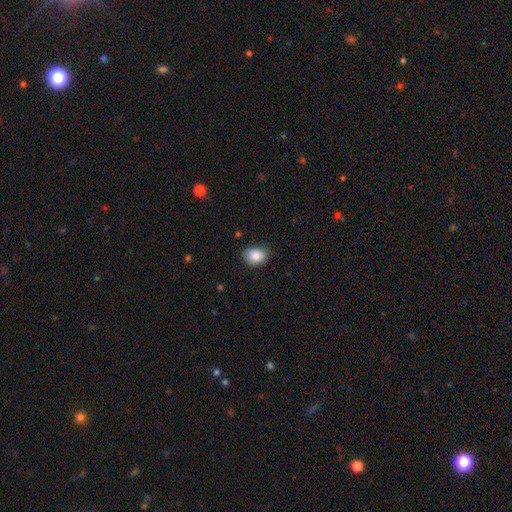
A smooth galaxy with no disk features (92%) that is in between round and cigar-shaped (60%). Merging: none (81%).